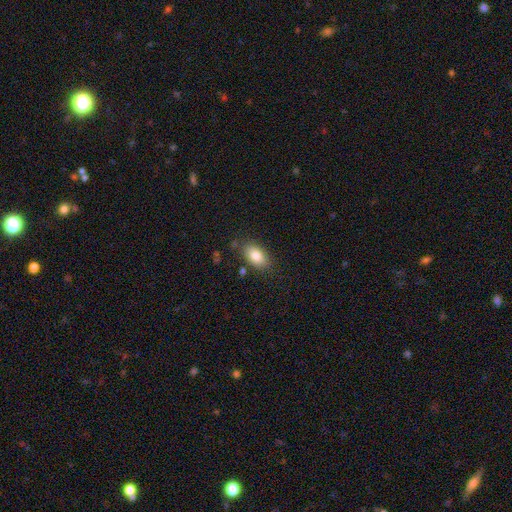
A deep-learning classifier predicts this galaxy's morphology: smooth_or_featured: smooth (p=0.84) [alt: featured or disk p=0.09]
how_rounded: in between (p=0.91) [alt: round p=0.06]
merging: none (p=0.82) [alt: minor disturbance p=0.12]